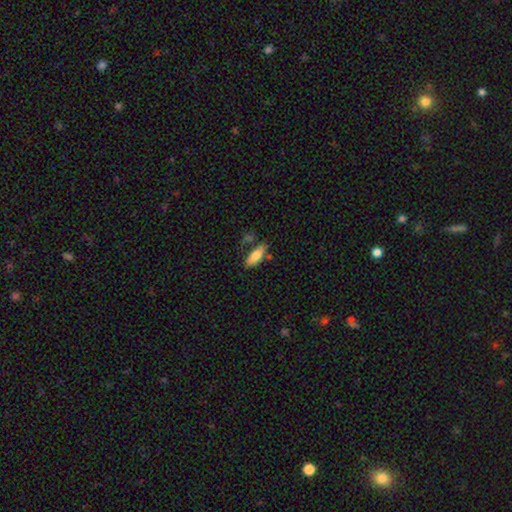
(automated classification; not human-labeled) Smooth or featured? Predicted: smooth (p=0.79). How rounded? Predicted: in between (p=0.72). Merging? Predicted: none (p=0.63).